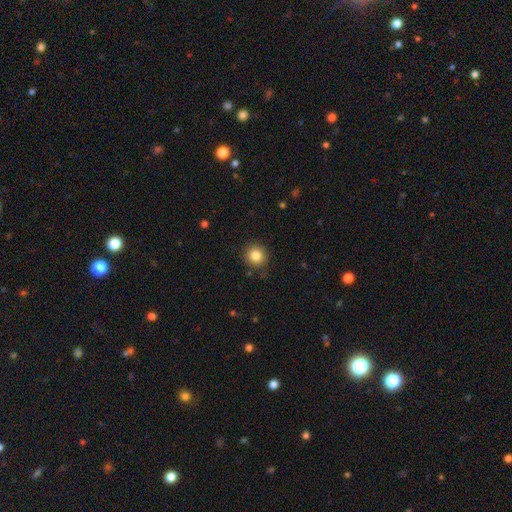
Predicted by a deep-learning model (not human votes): Smooth or featured: smooth — 84% (star or artifact — 10%)
How rounded: round — 91% (in between — 8%)
Merging: none — 87% (minor disturbance — 9%)